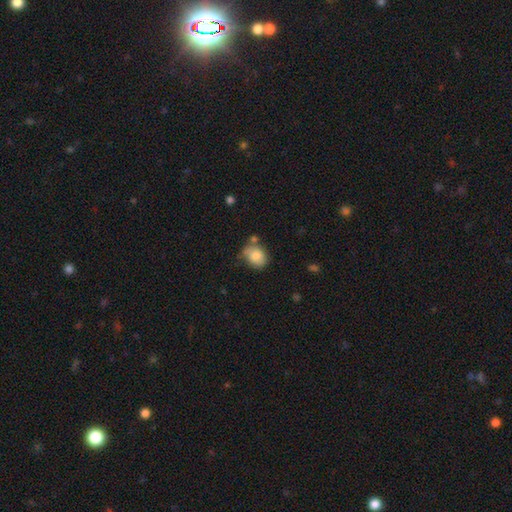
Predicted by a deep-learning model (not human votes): This appears to be a smooth galaxy with no disk features (81%) that is in between round and cigar-shaped (55%). Merging: none (62%).